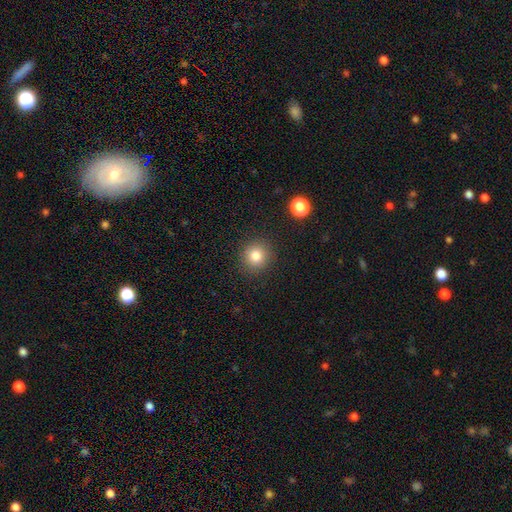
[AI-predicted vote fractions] Morphology: type=smooth (80%); roundness=round (91%); merging=none (90%).